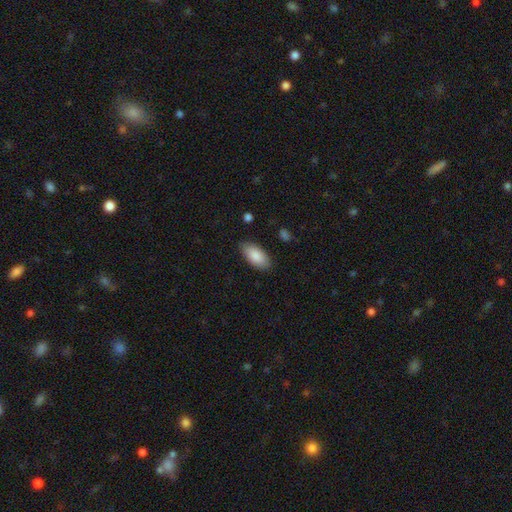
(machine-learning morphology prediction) Smooth or featured: smooth — 88% (featured or disk — 6%)
How rounded: in between — 93% (cigar-shaped — 5%)
Merging: none — 85% (minor disturbance — 12%)